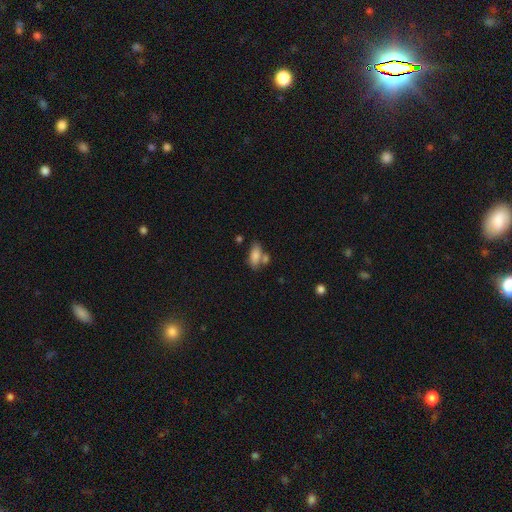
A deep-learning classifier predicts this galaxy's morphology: type=smooth (81%); roundness=in between (84%); merging=none (50%).